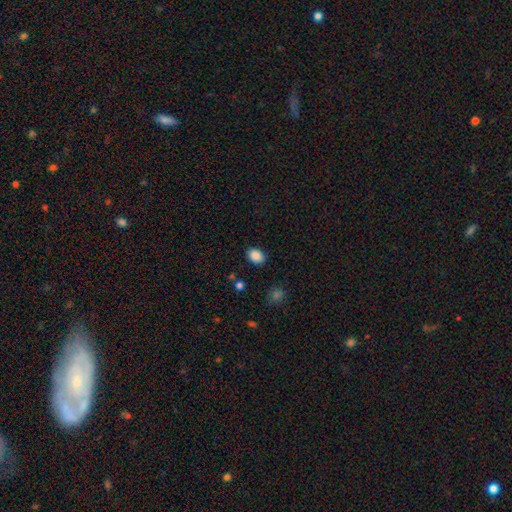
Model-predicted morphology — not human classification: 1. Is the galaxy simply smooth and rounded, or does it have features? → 88% smooth, 8% star or artifact, 4% featured or disk.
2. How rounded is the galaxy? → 76% in between, 23% round, 1% cigar-shaped.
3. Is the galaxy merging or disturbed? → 86% none, 10% minor disturbance, 3% major disturbance, 2% merger.